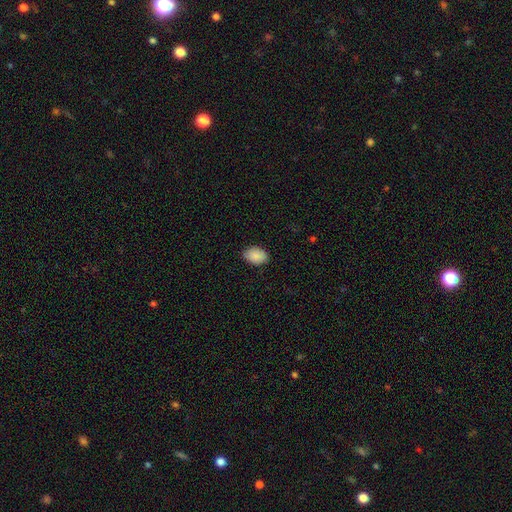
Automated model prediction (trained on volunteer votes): Smooth or featured: smooth — 90% (star or artifact — 7%)
How rounded: in between — 89% (round — 10%)
Merging: none — 86% (minor disturbance — 11%)